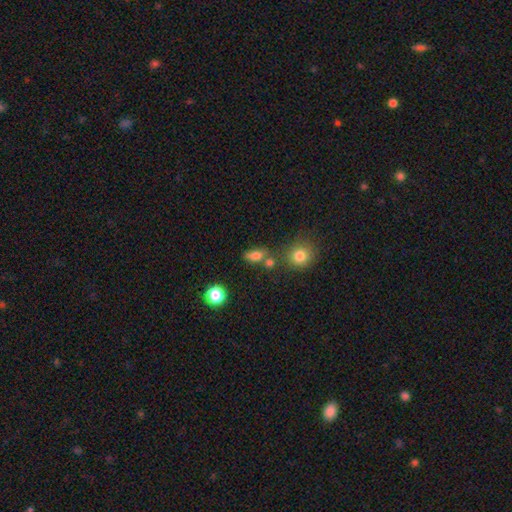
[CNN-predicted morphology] This is likely a smooth galaxy (77%). How rounded: likely in between (70%). Merging: possibly none (58%).